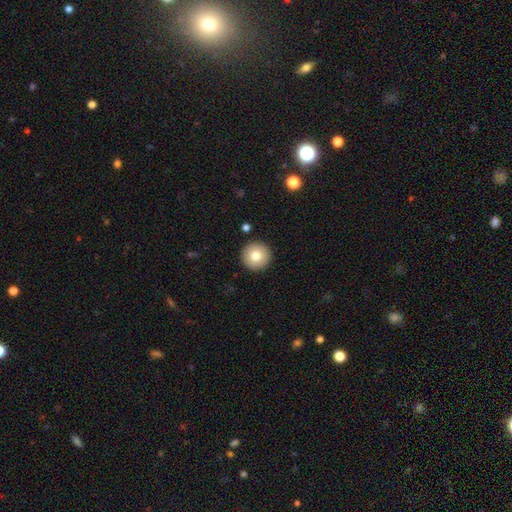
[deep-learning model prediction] Smooth or featured?
  - smooth: 78% *
  - featured or disk: 13%
  - star or artifact: 9%
How rounded?
  - round: 96% *
  - in between: 3%
  - cigar-shaped: 1%
Merging?
  - none: 92% *
  - minor disturbance: 5%
  - major disturbance: 2%
  - merger: 1%